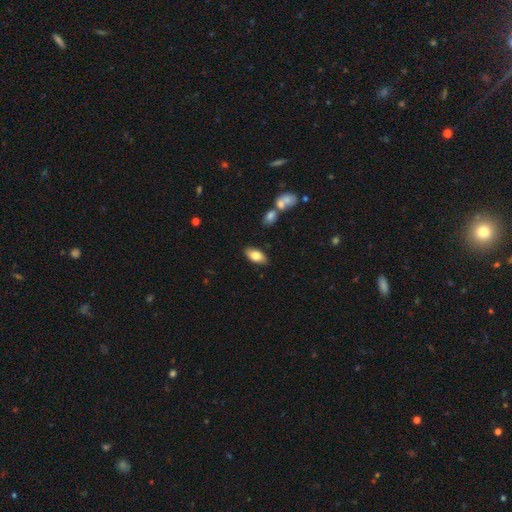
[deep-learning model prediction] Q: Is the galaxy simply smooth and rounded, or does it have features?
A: smooth — 78%.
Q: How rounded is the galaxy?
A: in between — 90%.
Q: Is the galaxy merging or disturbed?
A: none — 84%.